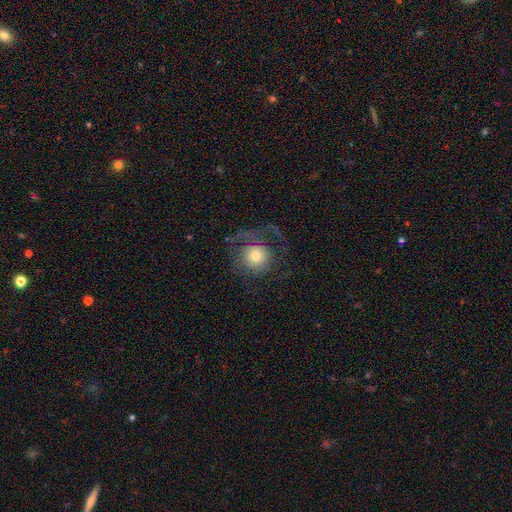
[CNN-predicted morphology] This is possibly a smooth galaxy (55%). How rounded: clearly round (91%). Merging: possibly none (53%).